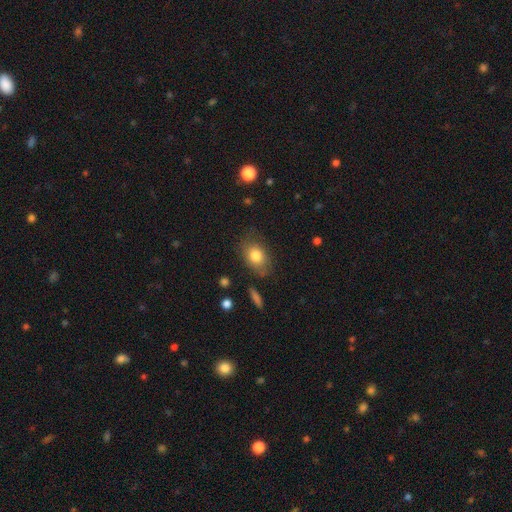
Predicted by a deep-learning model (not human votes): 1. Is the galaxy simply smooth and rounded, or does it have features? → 79% smooth, 13% featured or disk, 9% star or artifact.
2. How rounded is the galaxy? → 76% in between, 23% round, 2% cigar-shaped.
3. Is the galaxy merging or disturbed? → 73% none, 19% minor disturbance, 6% major disturbance, 2% merger.